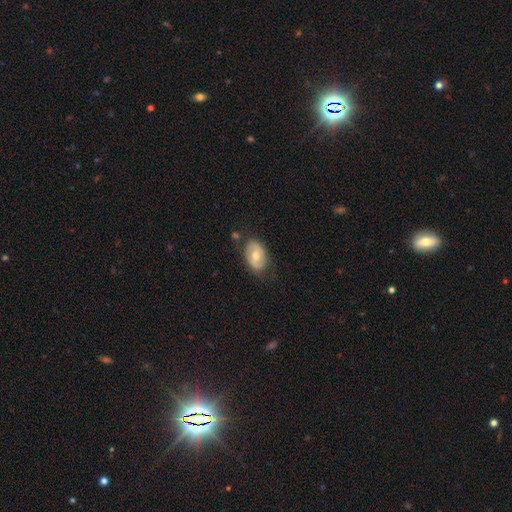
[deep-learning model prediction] The model was most divided on "smooth or featured": smooth: 48%, featured or disk: 45%, star or artifact: 6%. More confident: merging — none (72%).